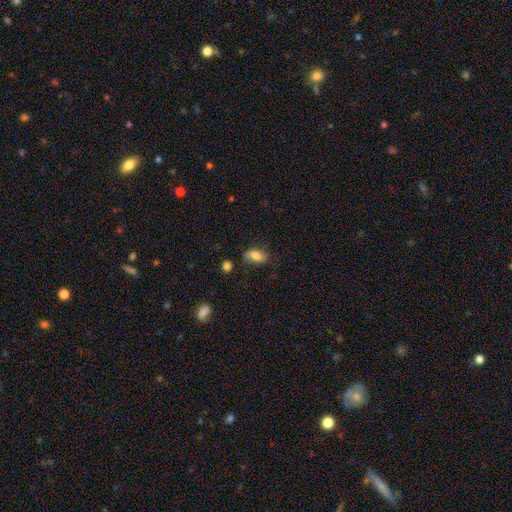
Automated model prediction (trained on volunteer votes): A smooth galaxy with no disk features (70%) that is in between round and cigar-shaped (87%).

Vote fractions:
- Smooth or featured? smooth: 70% / featured or disk: 21% / star or artifact: 9%
- How rounded? in between: 87% / round: 7% / cigar-shaped: 6%
- Merging? none: 64% / minor disturbance: 24% / major disturbance: 8% / merger: 3%